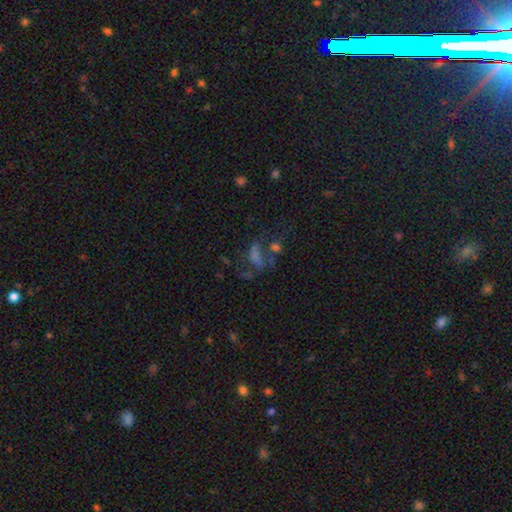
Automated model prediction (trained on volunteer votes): Morphology: type=star or artifact (38%).